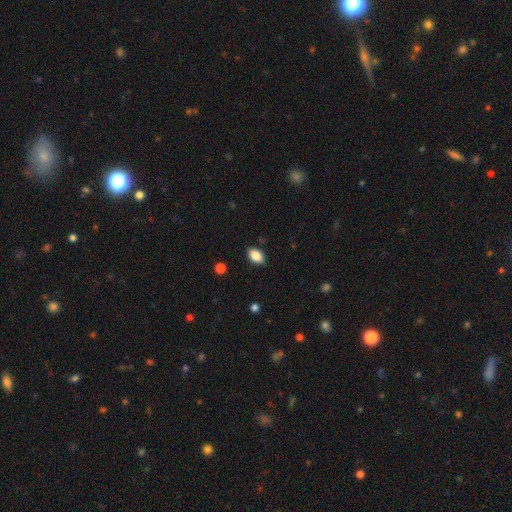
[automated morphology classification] Smooth or featured? smooth (88%)
How rounded? in between (92%)
Merging? none (87%)